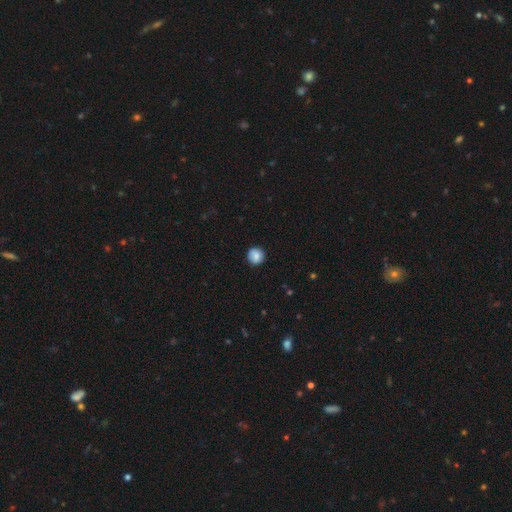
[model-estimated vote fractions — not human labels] Morphology: type=smooth (82%); roundness=round (92%); merging=none (88%).